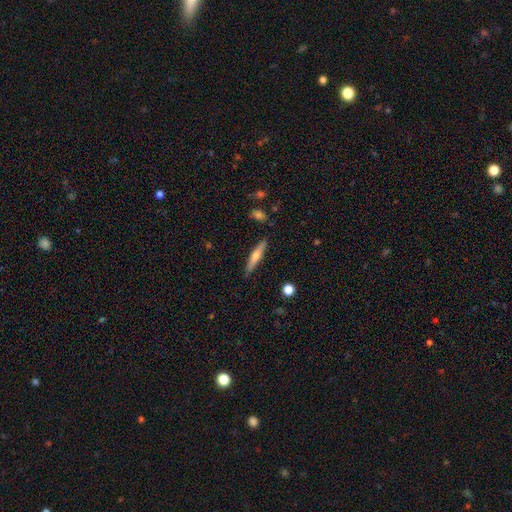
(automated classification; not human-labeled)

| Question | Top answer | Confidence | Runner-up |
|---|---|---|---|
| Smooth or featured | featured or disk | 50% | smooth (43%) |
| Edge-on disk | yes | 95% | no (5%) |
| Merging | none | 88% | minor disturbance (9%) |